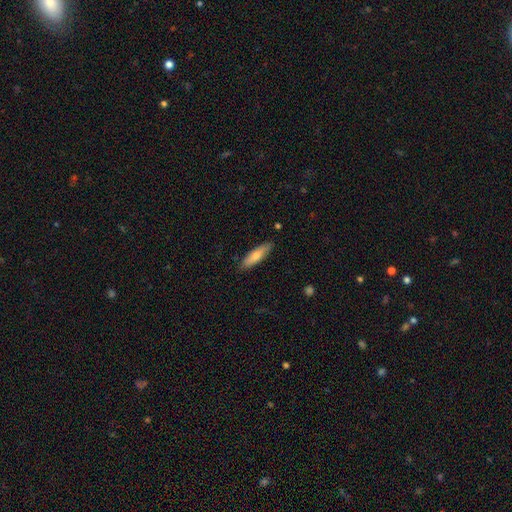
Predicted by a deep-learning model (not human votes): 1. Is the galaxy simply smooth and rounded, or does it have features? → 68% smooth, 27% featured or disk, 6% star or artifact.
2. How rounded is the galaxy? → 66% cigar-shaped, 33% in between, 2% round.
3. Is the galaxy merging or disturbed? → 87% none, 10% minor disturbance, 2% major disturbance, 1% merger.